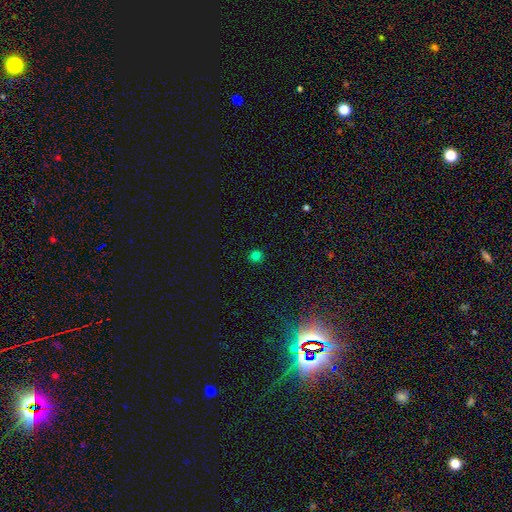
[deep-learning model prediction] A smooth galaxy with no disk features (78%) that is round (95%). Merging: none (92%).